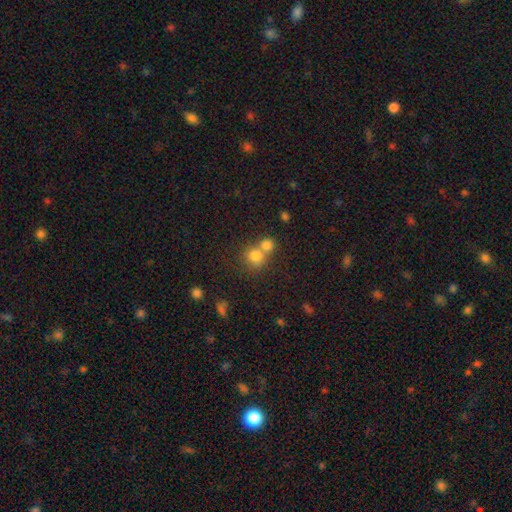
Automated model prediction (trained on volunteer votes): Q: Smooth or featured?
A: smooth (78%); runner-up: star or artifact (12%)
Q: How rounded?
A: round (85%); runner-up: in between (14%)
Q: Merging?
A: merger (51%); runner-up: none (40%)